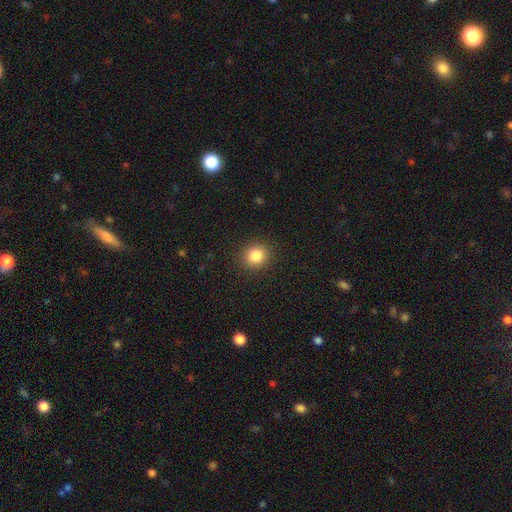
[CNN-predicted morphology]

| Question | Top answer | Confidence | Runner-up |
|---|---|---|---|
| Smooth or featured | smooth | 84% | star or artifact (11%) |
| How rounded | round | 87% | in between (12%) |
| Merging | none | 91% | minor disturbance (6%) |